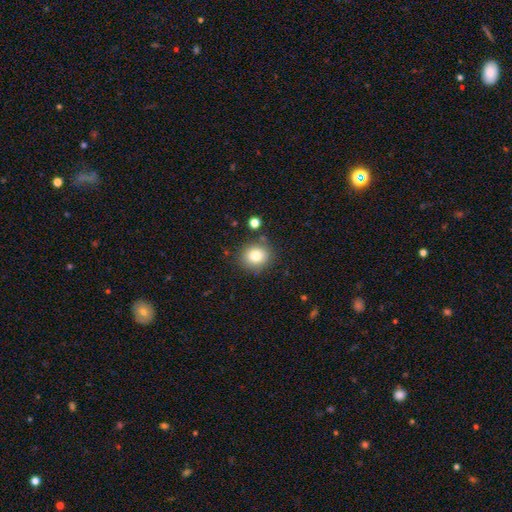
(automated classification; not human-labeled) smooth 80%, star or artifact 11%, featured or disk 8%. Down the decision tree: how rounded — round (82%); merging — none (83%).